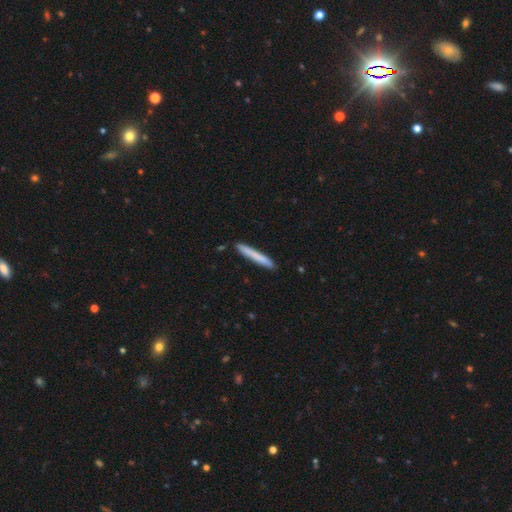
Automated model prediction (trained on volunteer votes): Q: Smooth or featured?
A: smooth (76%); runner-up: featured or disk (19%)
Q: How rounded?
A: cigar-shaped (97%); runner-up: in between (2%)
Q: Merging?
A: none (90%); runner-up: minor disturbance (7%)